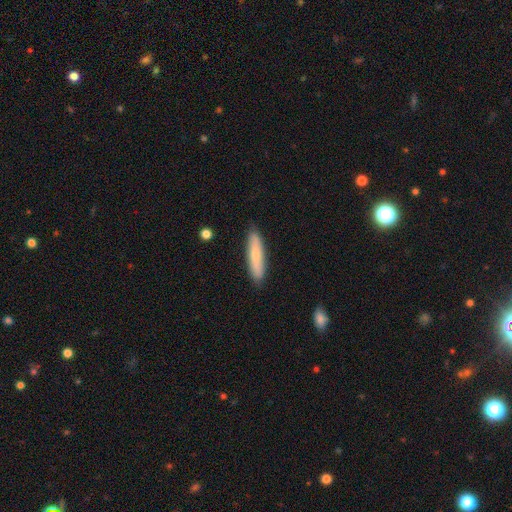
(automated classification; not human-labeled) smooth-or-featured: smooth: 72% | featured or disk: 22% | star or artifact: 6%
  how-rounded: cigar-shaped: 84% | in between: 15% | round: 1%
  merging: none: 87% | minor disturbance: 10% | major disturbance: 2% | merger: 1%